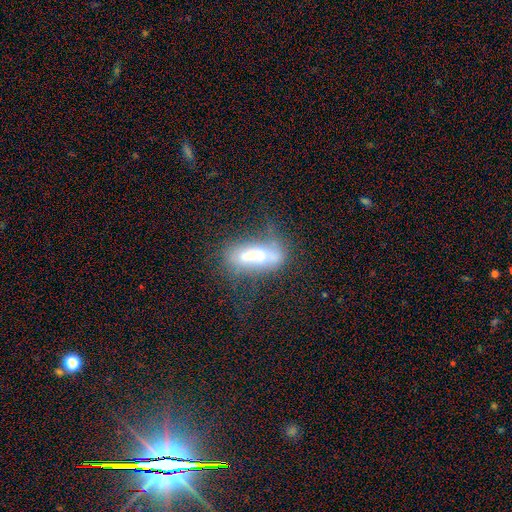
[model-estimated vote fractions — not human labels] smooth-or-featured: smooth: 49% | featured or disk: 41% | star or artifact: 10%
  merging: none: 39% | minor disturbance: 26% | major disturbance: 21% | merger: 15%